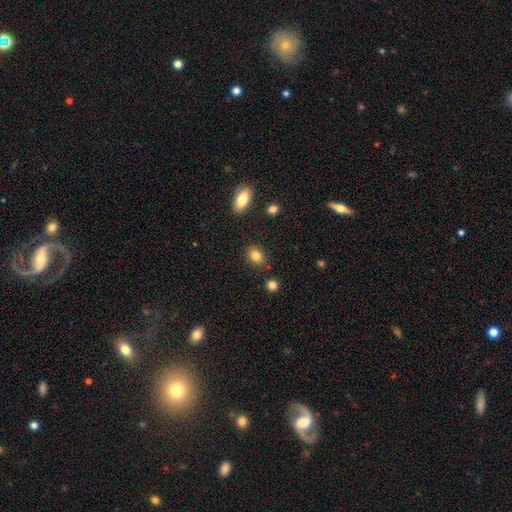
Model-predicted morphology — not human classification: smooth 84%, star or artifact 10%, featured or disk 7%. Down the decision tree: how rounded — in between (61%); merging — none (84%).